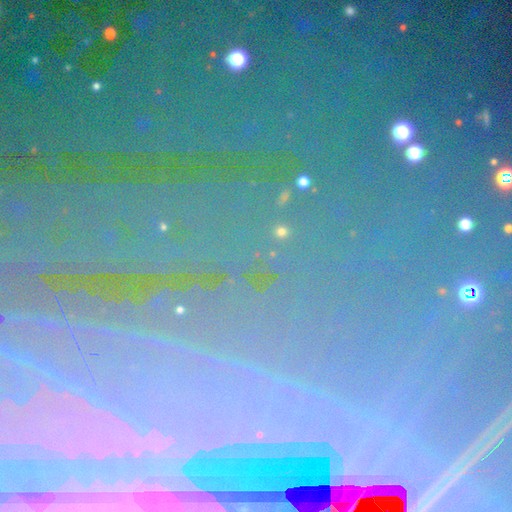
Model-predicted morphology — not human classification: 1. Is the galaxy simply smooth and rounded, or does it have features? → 78% star or artifact, 12% smooth, 11% featured or disk.